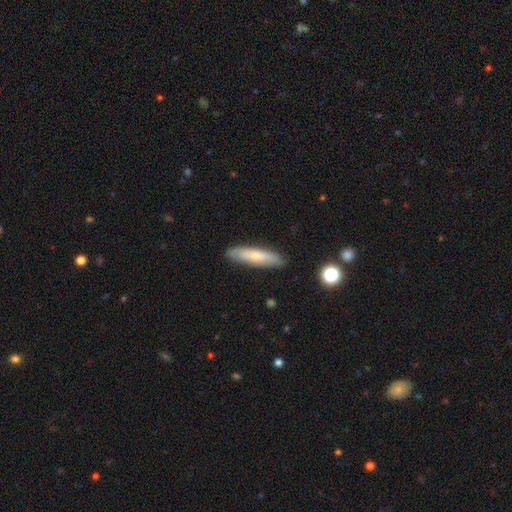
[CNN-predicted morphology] This is likely a smooth galaxy (60%). How rounded: likely cigar-shaped (75%). Merging: clearly none (86%).